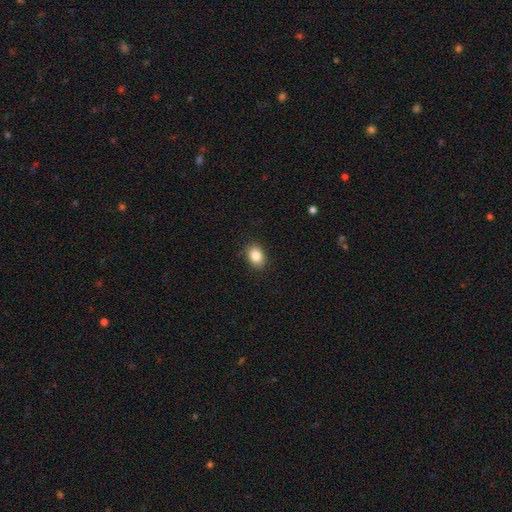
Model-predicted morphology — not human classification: Smooth or featured? Predicted: smooth (p=0.85). How rounded? Predicted: in between (p=0.73). Merging? Predicted: none (p=0.87).